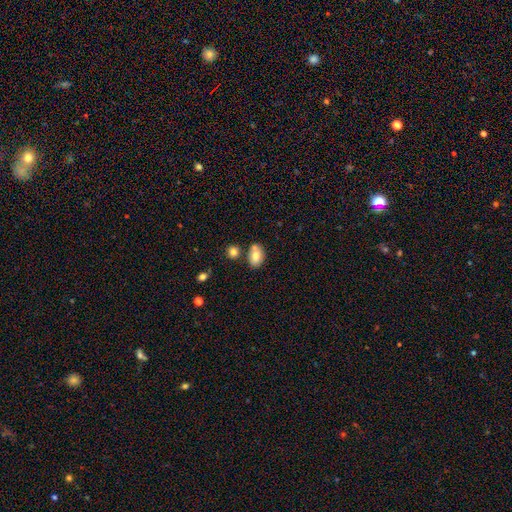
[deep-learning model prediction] This is likely a smooth galaxy (75%). How rounded: clearly in between (83%). Merging: likely none (61%).